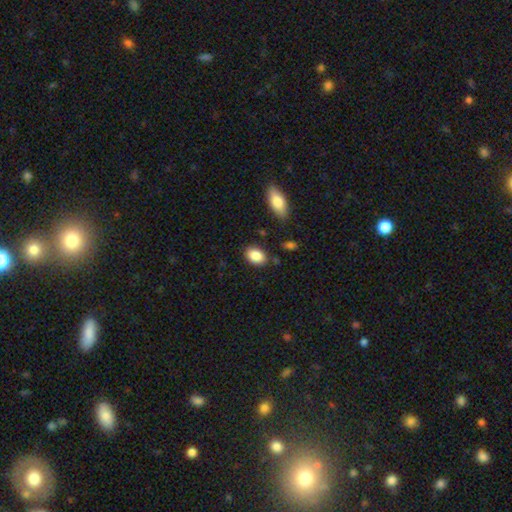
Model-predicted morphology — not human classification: type=smooth (87%); roundness=in between (81%); merging=none (84%).